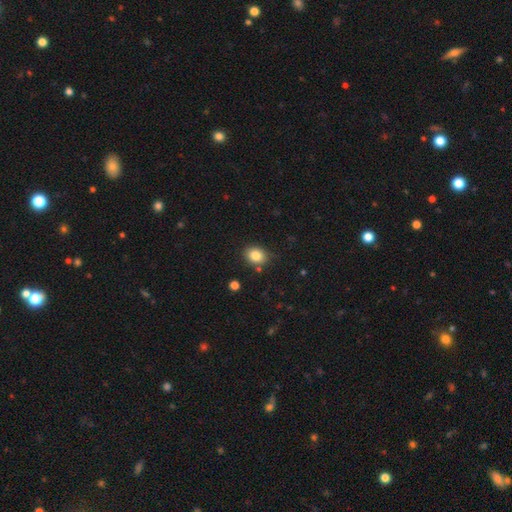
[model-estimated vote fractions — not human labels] Smooth or featured? Predicted: smooth (p=0.84). How rounded? Predicted: in between (p=0.54). Merging? Predicted: none (p=0.82).